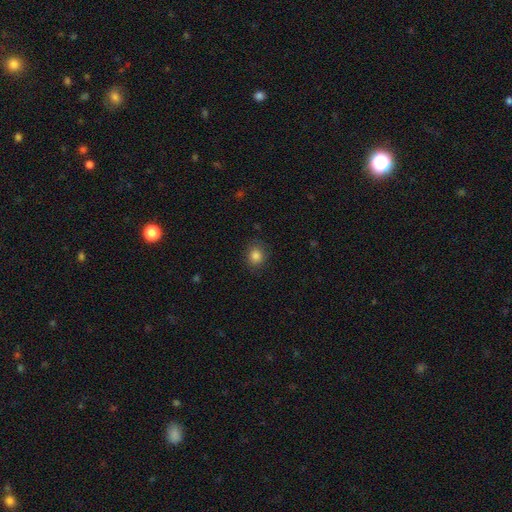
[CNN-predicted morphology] smooth 84%, star or artifact 11%, featured or disk 5%. Down the decision tree: how rounded — round (73%); merging — none (86%).